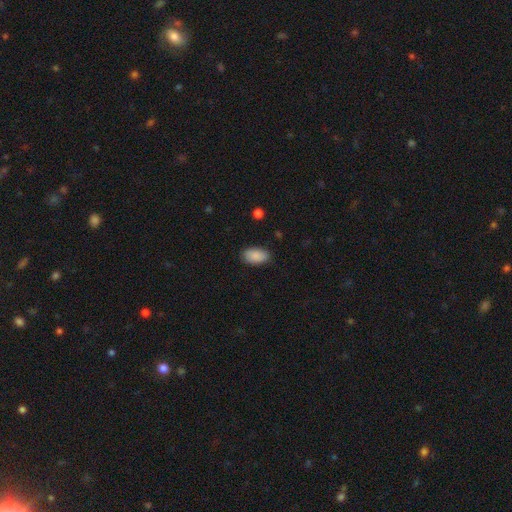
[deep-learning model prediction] Smooth or featured? Predicted: smooth (p=0.89). How rounded? Predicted: in between (p=0.94). Merging? Predicted: none (p=0.85).